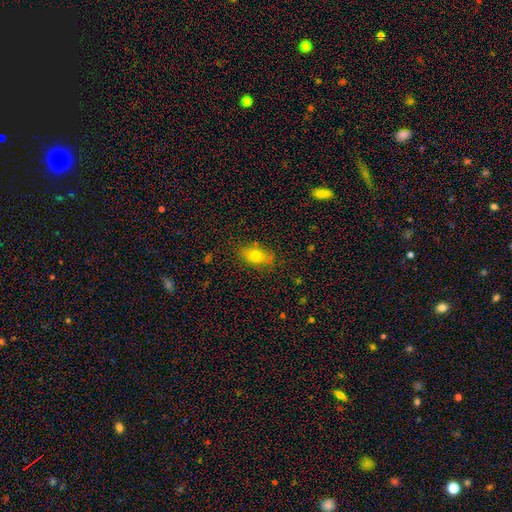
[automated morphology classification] smooth_or_featured: smooth (p=0.74) [alt: featured or disk p=0.16]
how_rounded: in between (p=0.84) [alt: round p=0.09]
merging: none (p=0.79) [alt: minor disturbance p=0.15]